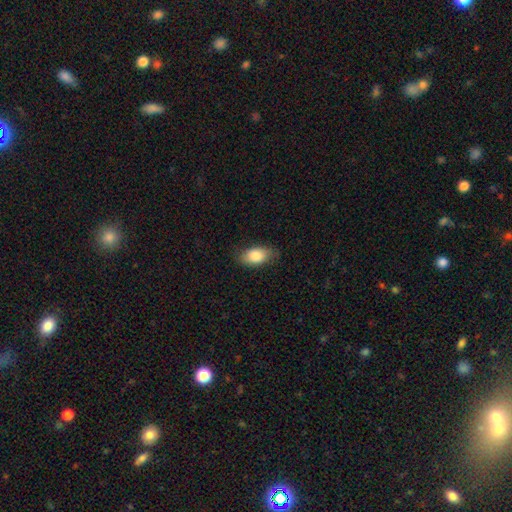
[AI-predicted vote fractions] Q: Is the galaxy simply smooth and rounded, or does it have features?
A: smooth — 83%.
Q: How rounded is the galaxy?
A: in between — 92%.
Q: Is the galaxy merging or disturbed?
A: none — 80%.